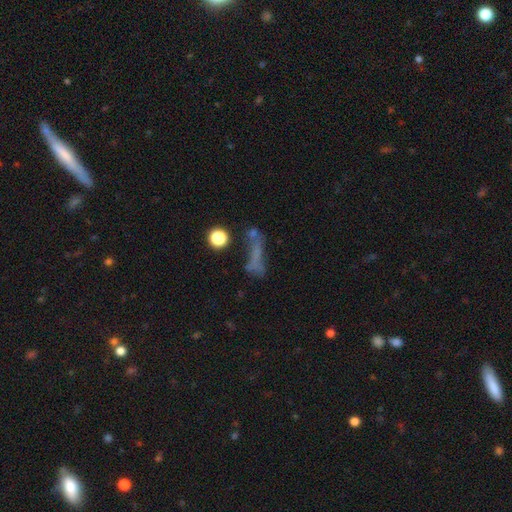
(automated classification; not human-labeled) Overall: smooth (44%; featured or disk 29%). Merging: none (42%; major disturbance 25%).